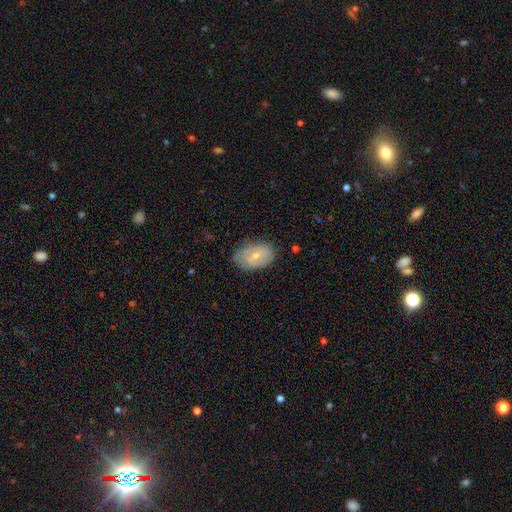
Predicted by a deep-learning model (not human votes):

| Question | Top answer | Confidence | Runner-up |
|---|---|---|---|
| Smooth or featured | smooth | 53% | featured or disk (39%) |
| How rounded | in between | 86% | round (13%) |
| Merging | none | 63% | minor disturbance (28%) |